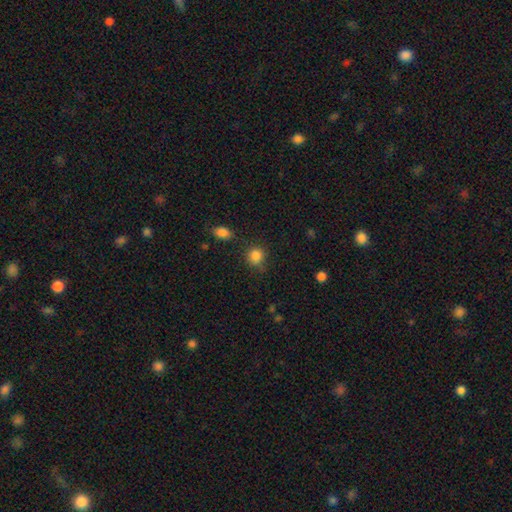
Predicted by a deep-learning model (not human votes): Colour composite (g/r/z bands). It shows a smooth galaxy with no disk features (85%) that is round (82%). Merging: none (72%).